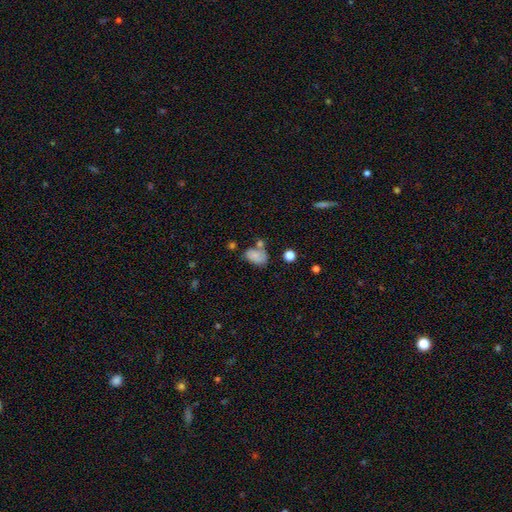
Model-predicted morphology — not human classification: Smooth or featured?
  - smooth: 72% *
  - featured or disk: 17%
  - star or artifact: 11%
How rounded?
  - in between: 84% *
  - round: 14%
  - cigar-shaped: 2%
Merging?
  - none: 40% *
  - minor disturbance: 25%
  - merger: 24%
  - major disturbance: 12%